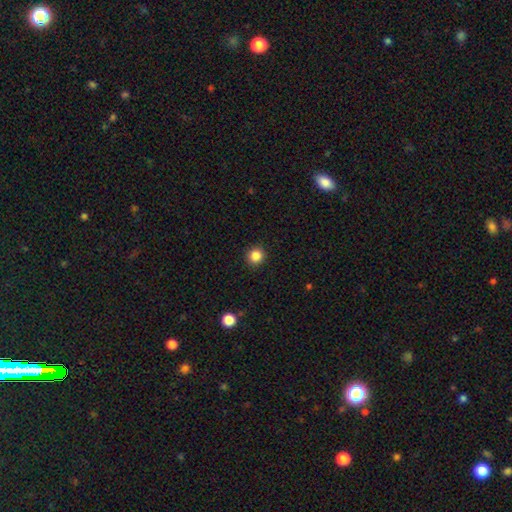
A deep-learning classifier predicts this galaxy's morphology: smooth 86%, star or artifact 11%, featured or disk 4%. Down the decision tree: how rounded — round (91%); merging — none (91%).